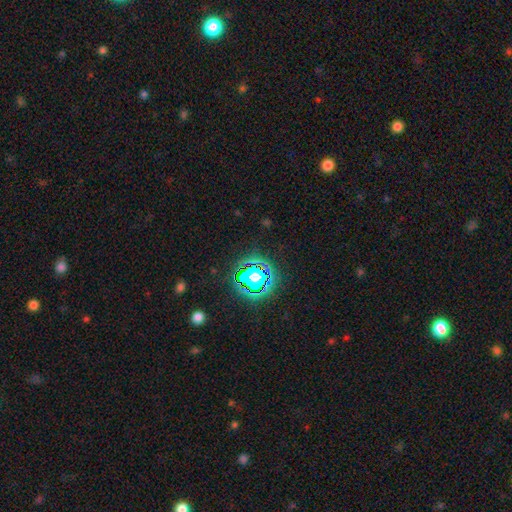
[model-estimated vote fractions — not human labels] This appears to be a star or artifact, not a galaxy (79%).